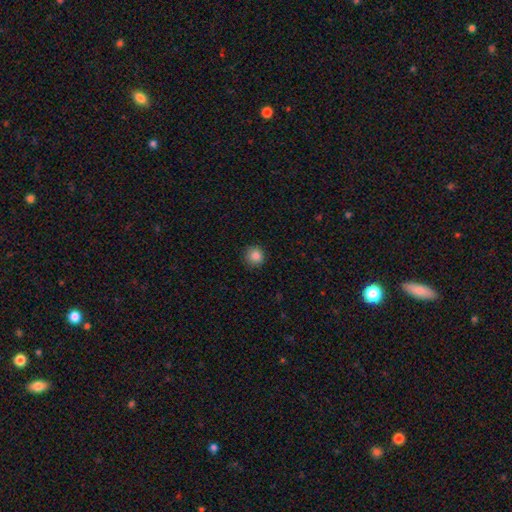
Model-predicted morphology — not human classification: Overall: smooth (85%). How rounded: round (94%). Merging: none (90%).